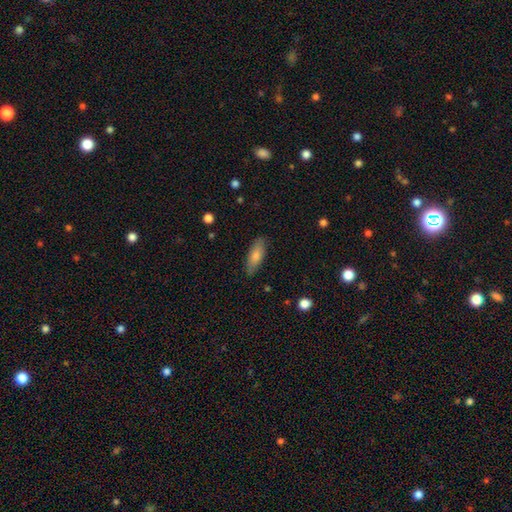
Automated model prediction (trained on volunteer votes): Overall: smooth (72%). How rounded: in between (60%; cigar-shaped 38%). Merging: none (86%).